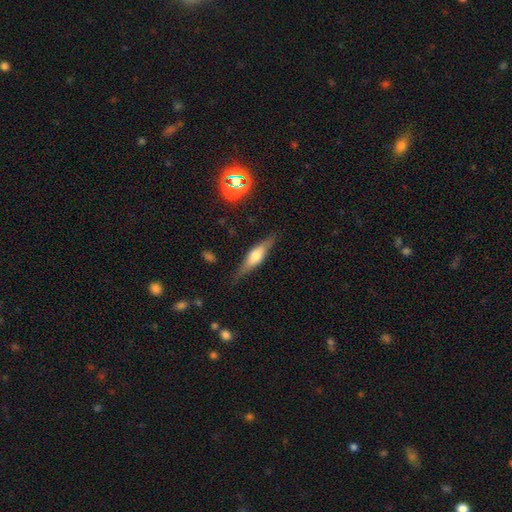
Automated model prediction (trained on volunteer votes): Smooth or featured? Predicted: featured or disk (p=0.52). Edge-on disk? Predicted: yes (p=0.90). Merging? Predicted: none (p=0.81).